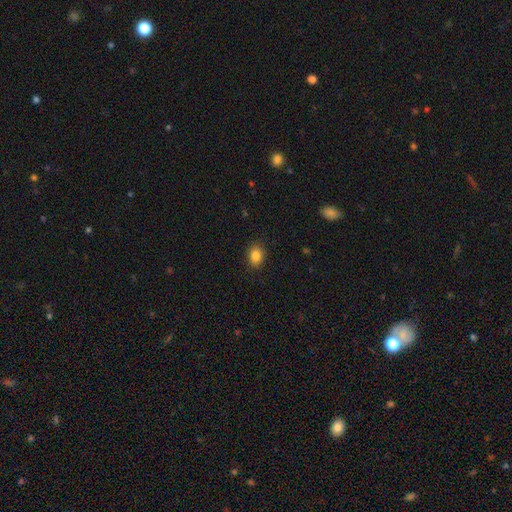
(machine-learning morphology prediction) type=smooth (85%); roundness=in between (53%); merging=none (88%).